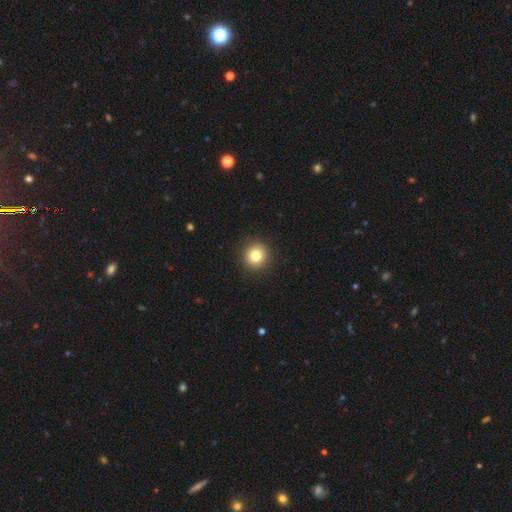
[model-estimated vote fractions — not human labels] A smooth galaxy with no disk features (81%) that is round (94%). Merging: none (93%).